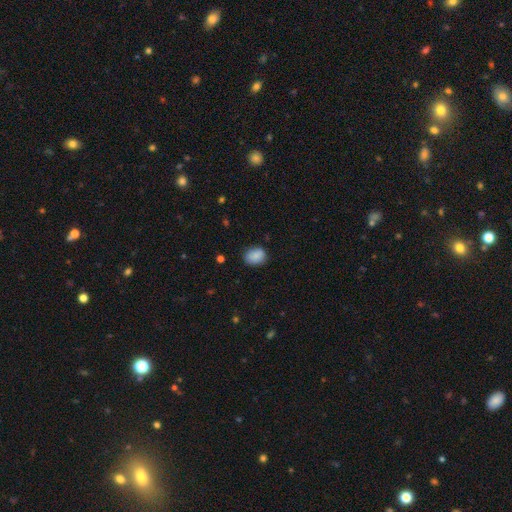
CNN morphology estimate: This appears to be a smooth galaxy with no disk features (87%) that is in between round and cigar-shaped (64%). Merging: none (81%).